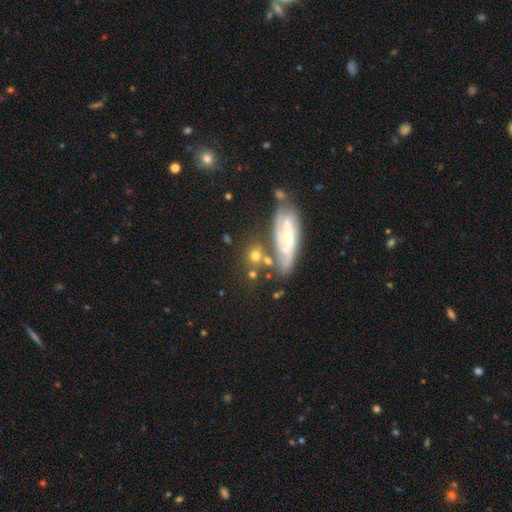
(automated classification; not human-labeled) The model was most divided on "smooth or featured": smooth: 58%, featured or disk: 31%, star or artifact: 10%. More confident: how rounded — round (75%); merging — none (60%).